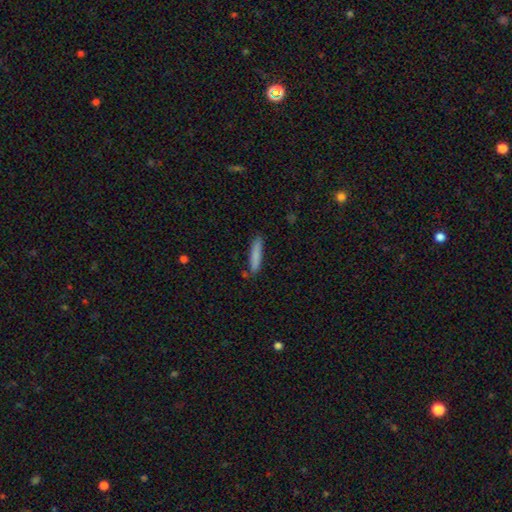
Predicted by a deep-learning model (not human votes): Smooth or featured?
  - smooth: 83% *
  - featured or disk: 11%
  - star or artifact: 6%
How rounded?
  - cigar-shaped: 89% *
  - in between: 10%
  - round: 1%
Merging?
  - none: 83% *
  - minor disturbance: 12%
  - merger: 3%
  - major disturbance: 2%